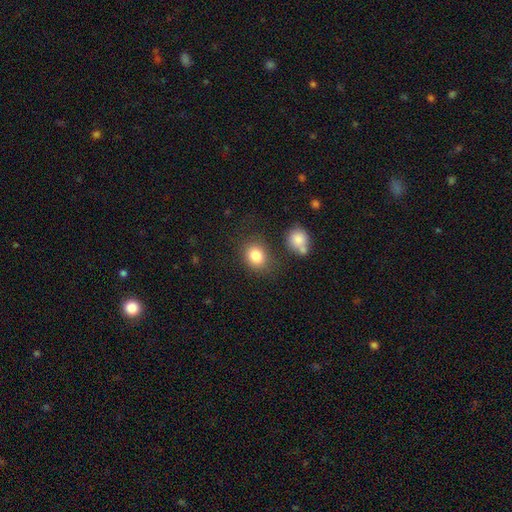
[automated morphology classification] A smooth galaxy with no disk features (84%) that is round (53%).

Vote fractions:
- Smooth or featured? smooth: 84% / star or artifact: 10% / featured or disk: 7%
- How rounded? round: 53% / in between: 46% / cigar-shaped: 1%
- Merging? none: 75% / minor disturbance: 13% / merger: 7% / major disturbance: 5%